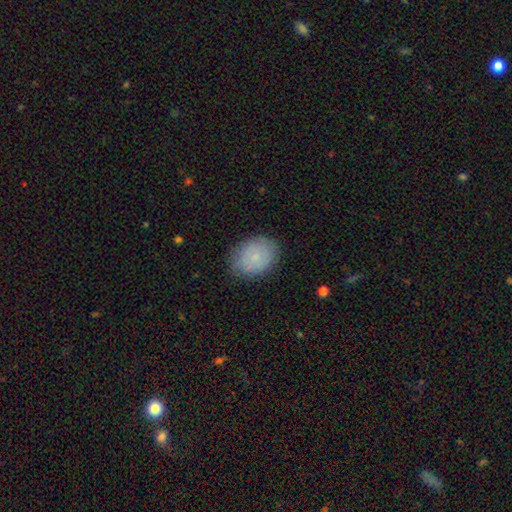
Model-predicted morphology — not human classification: Smooth or featured? Predicted: smooth (p=0.80). How rounded? Predicted: in between (p=0.68). Merging? Predicted: none (p=0.78).